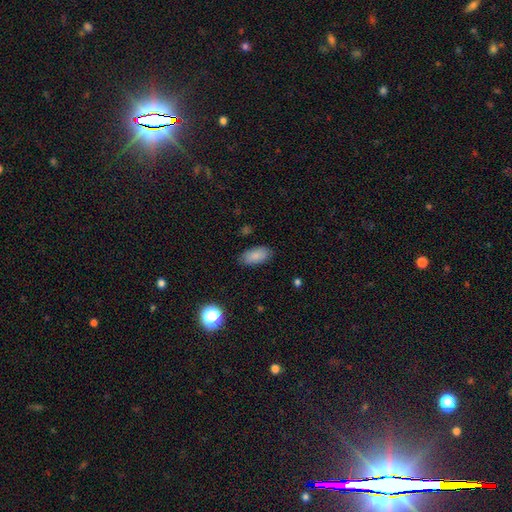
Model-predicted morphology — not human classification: Smooth or featured?
  - smooth: 85% *
  - star or artifact: 8%
  - featured or disk: 6%
How rounded?
  - in between: 92% *
  - cigar-shaped: 5%
  - round: 3%
Merging?
  - none: 85% *
  - minor disturbance: 11%
  - major disturbance: 3%
  - merger: 1%